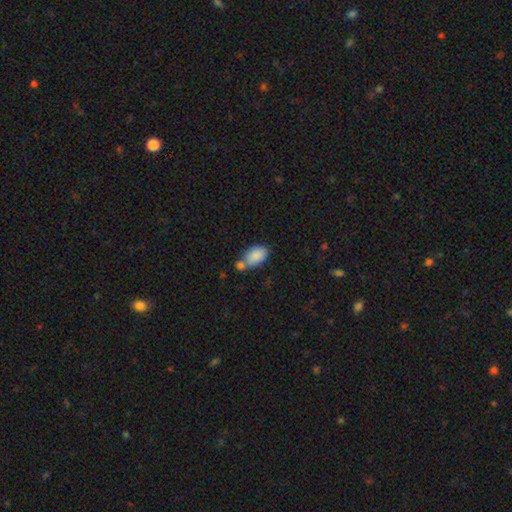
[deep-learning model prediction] smooth-or-featured: smooth: 86% | star or artifact: 7% | featured or disk: 7%
  how-rounded: in between: 91% | round: 7% | cigar-shaped: 2%
  merging: none: 47% | merger: 32% | minor disturbance: 16% | major disturbance: 5%